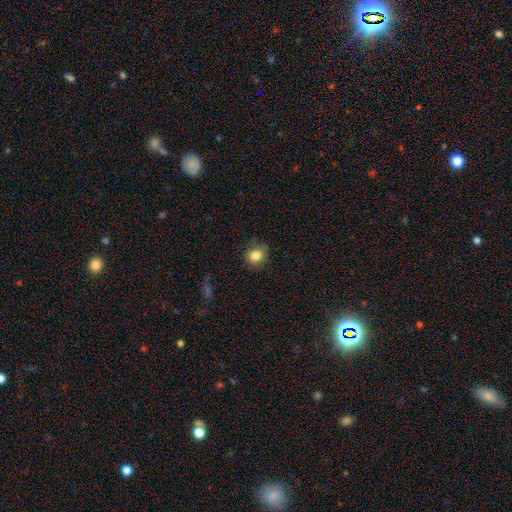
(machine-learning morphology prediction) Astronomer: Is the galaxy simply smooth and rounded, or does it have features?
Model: smooth — 83%.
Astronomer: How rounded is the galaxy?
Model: round — 75%.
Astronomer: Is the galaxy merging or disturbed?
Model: none — 76%.